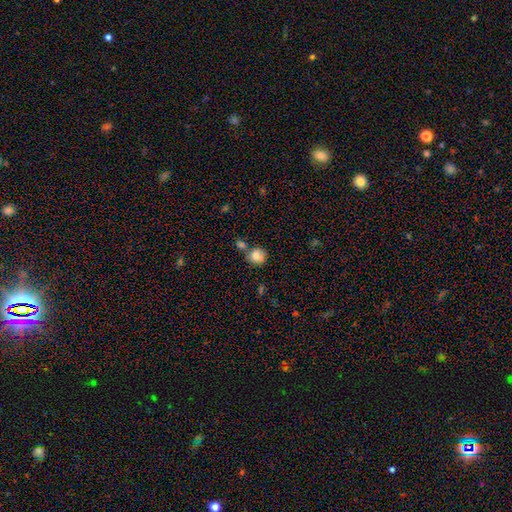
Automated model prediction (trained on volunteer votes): A smooth galaxy with no disk features (80%) that is round (81%).

Vote fractions:
- Smooth or featured? smooth: 80% / featured or disk: 11% / star or artifact: 9%
- How rounded? round: 81% / in between: 18% / cigar-shaped: 1%
- Merging? none: 56% / merger: 23% / minor disturbance: 16% / major disturbance: 5%